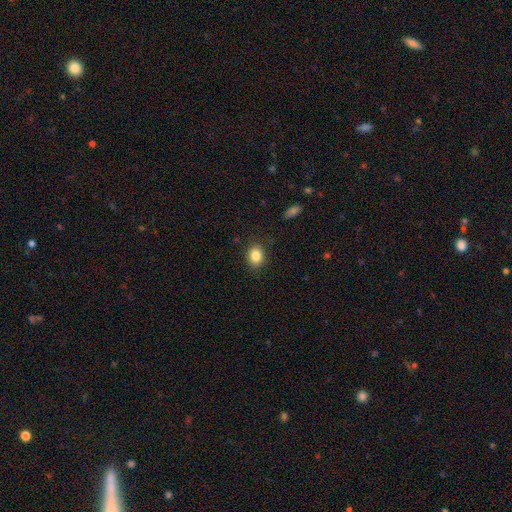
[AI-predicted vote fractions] Smooth or featured: smooth — 84% (star or artifact — 10%)
How rounded: in between — 51% (round — 48%)
Merging: none — 86% (minor disturbance — 10%)